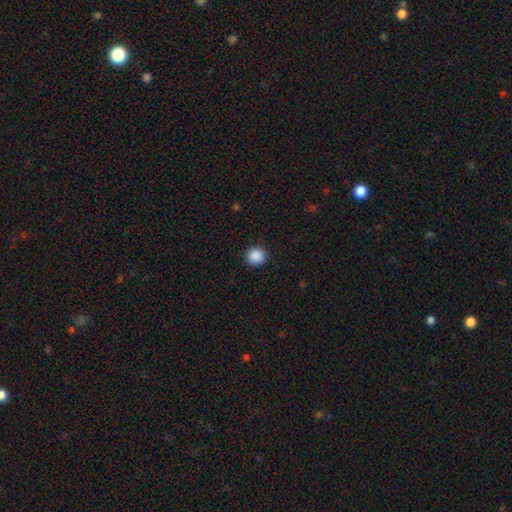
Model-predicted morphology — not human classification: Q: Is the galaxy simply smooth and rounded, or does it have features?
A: smooth — 88%.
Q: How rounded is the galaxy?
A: round — 91%.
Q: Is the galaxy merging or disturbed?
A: none — 91%.